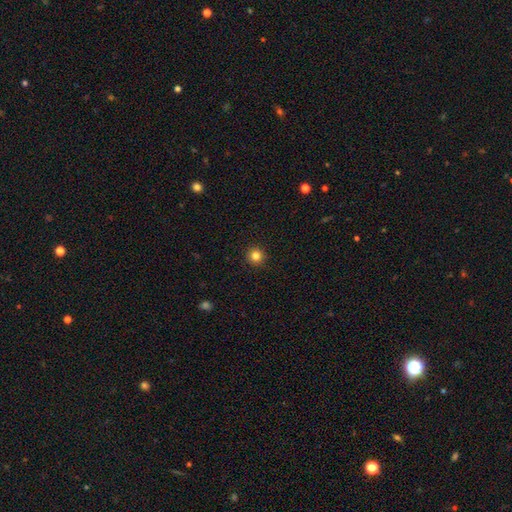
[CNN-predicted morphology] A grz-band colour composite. It shows a smooth galaxy with no disk features (83%) that is round (95%). Merging: none (93%).